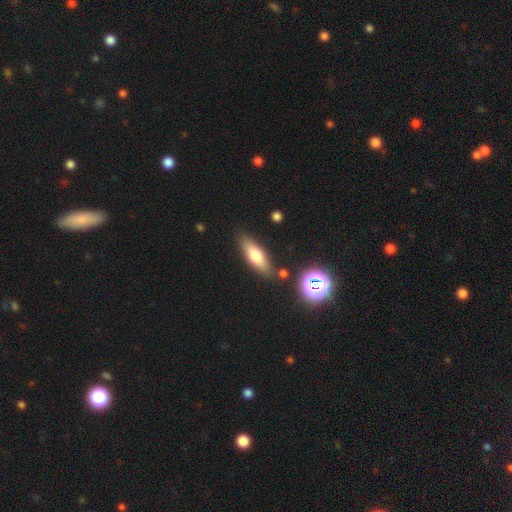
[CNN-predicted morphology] Smooth or featured: smooth — 66% (featured or disk — 24%)
How rounded: in between — 54% (cigar-shaped — 43%)
Merging: none — 80% (minor disturbance — 12%)